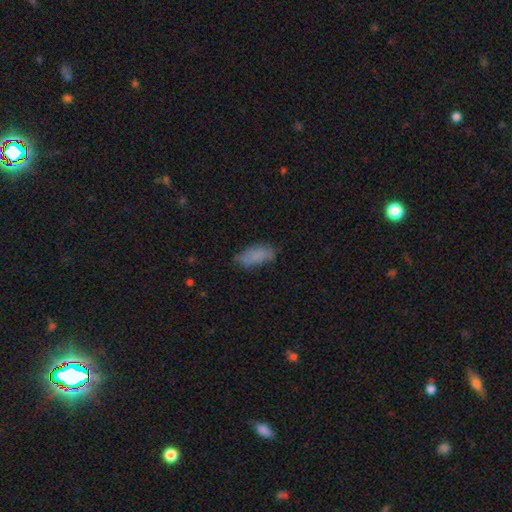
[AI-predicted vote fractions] smooth 81%, featured or disk 10%, star or artifact 9%. Down the decision tree: how rounded — in between (83%); merging — none (65%).